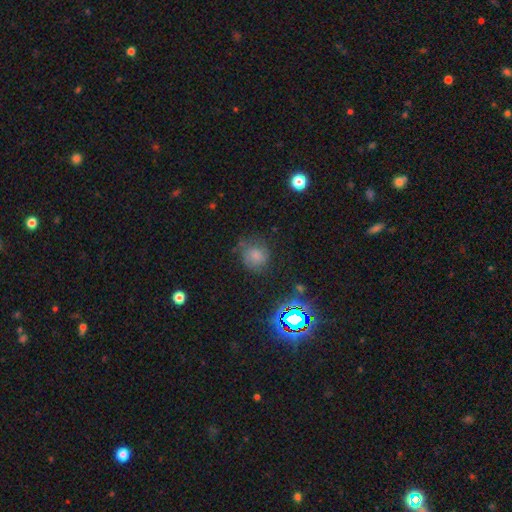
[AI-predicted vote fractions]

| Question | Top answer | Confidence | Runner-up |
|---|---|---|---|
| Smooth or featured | smooth | 68% | star or artifact (19%) |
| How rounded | round | 79% | in between (20%) |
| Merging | none | 62% | minor disturbance (24%) |